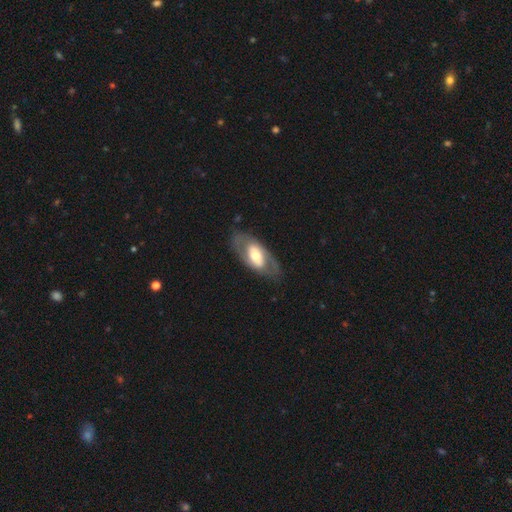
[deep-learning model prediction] Smooth or featured?
  - featured or disk: 59% *
  - smooth: 36%
  - star or artifact: 5%
Edge-on disk?
  - no: 88% *
  - yes: 12%
Bar?
  - no: 44% *
  - weak: 30%
  - strong: 26%
Spiral arms?
  - no: 59% *
  - yes: 41%
Bulge size?
  - moderate: 58% *
  - large: 25%
  - small: 14%
  - dominant: 2%
  - none: 1%
Merging?
  - none: 76% *
  - minor disturbance: 14%
  - major disturbance: 8%
  - merger: 1%